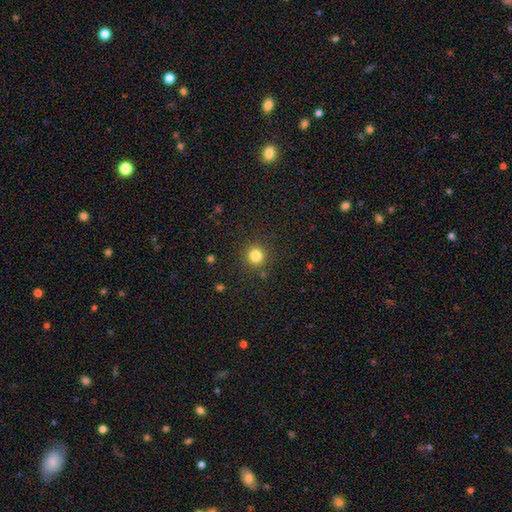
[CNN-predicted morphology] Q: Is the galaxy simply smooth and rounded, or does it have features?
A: smooth — 82%.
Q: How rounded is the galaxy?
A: round — 92%.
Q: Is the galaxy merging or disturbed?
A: none — 89%.